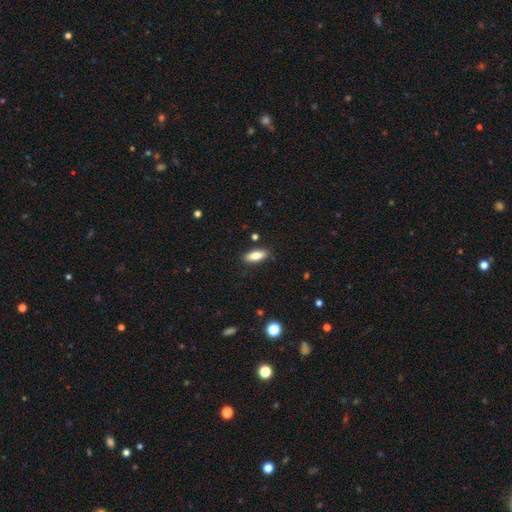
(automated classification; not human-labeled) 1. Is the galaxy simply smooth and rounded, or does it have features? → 80% smooth, 14% featured or disk, 7% star or artifact.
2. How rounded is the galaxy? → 77% in between, 20% cigar-shaped, 2% round.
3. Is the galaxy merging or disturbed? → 87% none, 9% minor disturbance, 2% major disturbance, 1% merger.